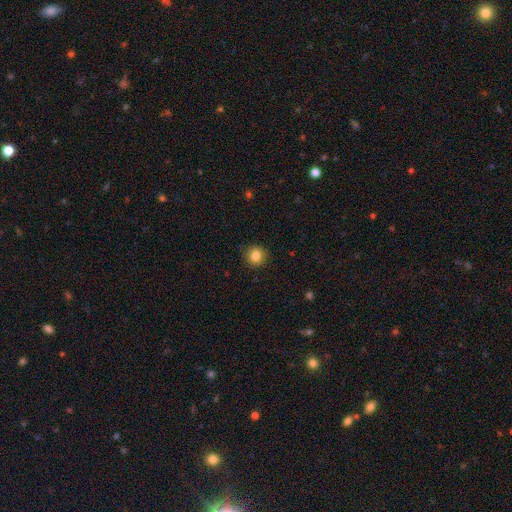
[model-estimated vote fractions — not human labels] smooth_or_featured: smooth (p=0.84) [alt: star or artifact p=0.10]
how_rounded: round (p=0.91) [alt: in between p=0.08]
merging: none (p=0.90) [alt: minor disturbance p=0.07]